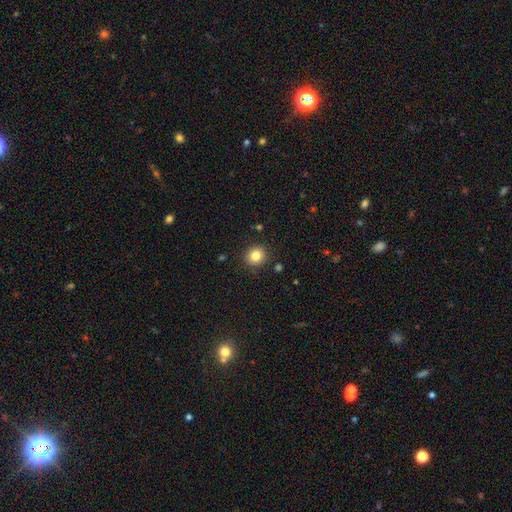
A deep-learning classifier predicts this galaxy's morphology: smooth-or-featured: smooth: 83% | star or artifact: 11% | featured or disk: 6%
  how-rounded: round: 86% | in between: 13% | cigar-shaped: 1%
  merging: none: 89% | minor disturbance: 7% | major disturbance: 2% | merger: 2%